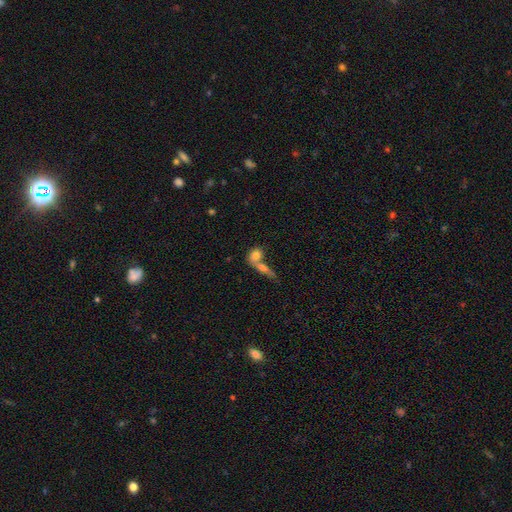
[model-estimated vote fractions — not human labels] smooth-or-featured: smooth: 74% | featured or disk: 18% | star or artifact: 9%
  how-rounded: in between: 50% | round: 42% | cigar-shaped: 9%
  merging: merger: 63% | none: 24% | minor disturbance: 7% | major disturbance: 6%